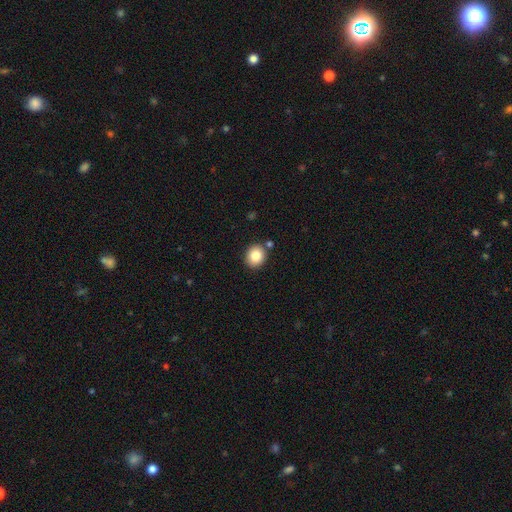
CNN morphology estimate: This is clearly a smooth galaxy (84%). How rounded: likely round (70%). Merging: clearly none (84%).